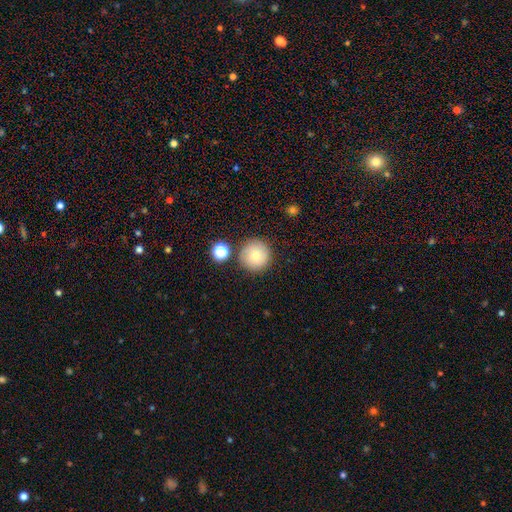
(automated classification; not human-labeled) Smooth or featured? Predicted: smooth (p=0.76). How rounded? Predicted: round (p=0.96). Merging? Predicted: none (p=0.82).